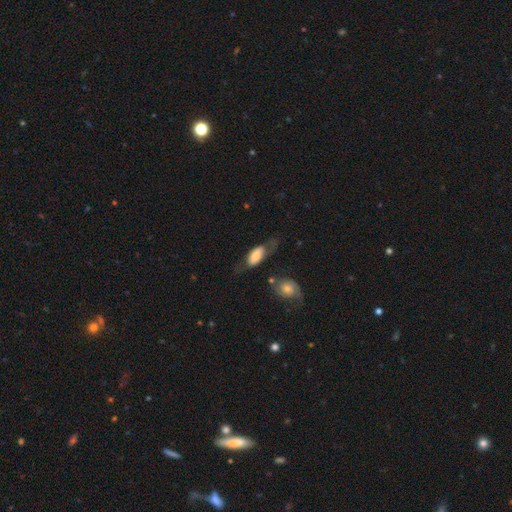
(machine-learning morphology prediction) Overall: smooth (56%; featured or disk 38%). How rounded: in between (84%). Merging: none (45%; minor disturbance 23%).